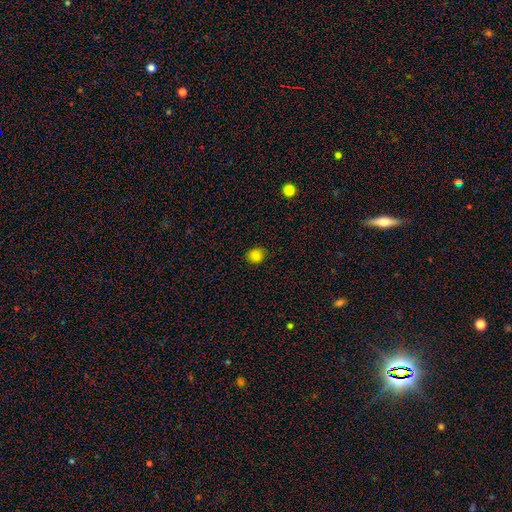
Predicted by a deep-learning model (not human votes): Overall: smooth (83%). How rounded: round (76%). Merging: none (86%).